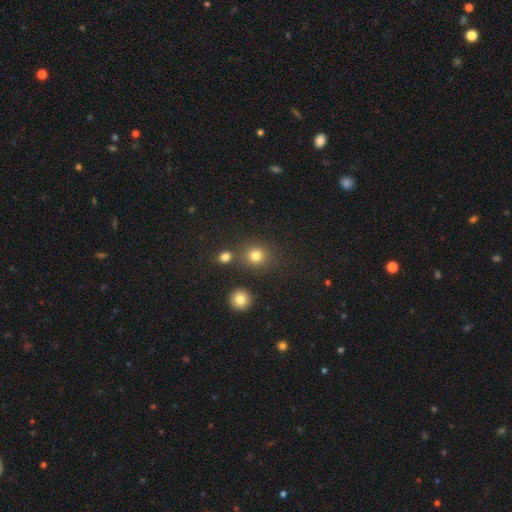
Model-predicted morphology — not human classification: Q: Smooth or featured?
A: smooth (79%); runner-up: star or artifact (15%)
Q: How rounded?
A: round (83%); runner-up: in between (16%)
Q: Merging?
A: none (78%); runner-up: merger (9%)